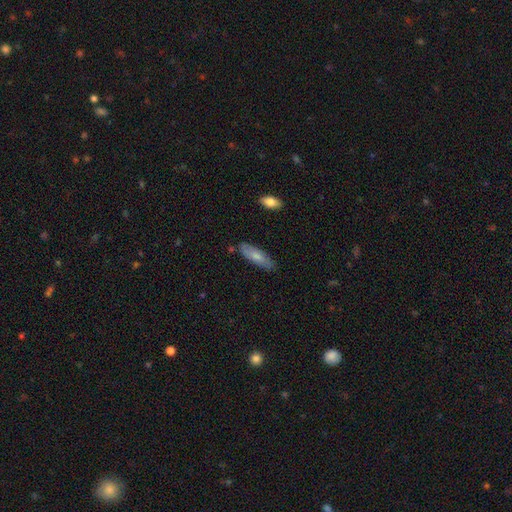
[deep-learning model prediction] Smooth or featured: smooth — 71% (featured or disk — 23%)
How rounded: cigar-shaped — 52% (in between — 46%)
Merging: none — 78% (minor disturbance — 17%)